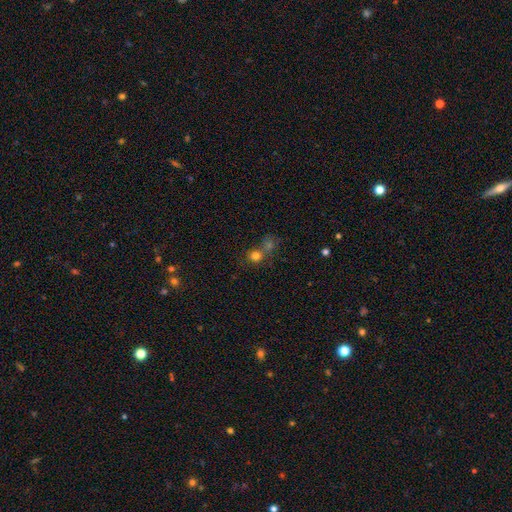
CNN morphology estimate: Smooth or featured? Predicted: smooth (p=0.74). How rounded? Predicted: round (p=0.87). Merging? Predicted: none (p=0.48).